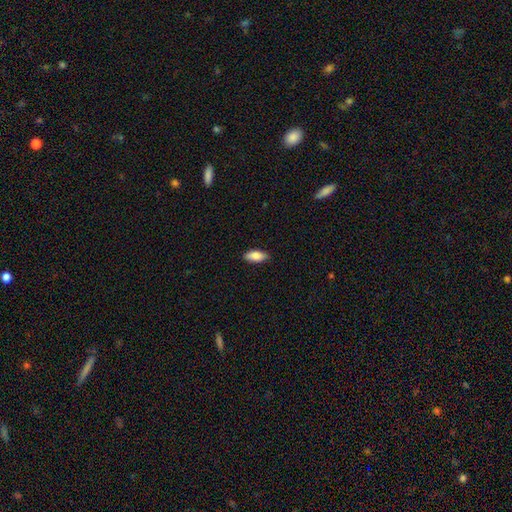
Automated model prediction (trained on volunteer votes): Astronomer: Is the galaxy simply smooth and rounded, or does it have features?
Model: smooth — 84%.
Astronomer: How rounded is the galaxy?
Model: in between — 83%.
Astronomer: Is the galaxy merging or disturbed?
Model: none — 87%.